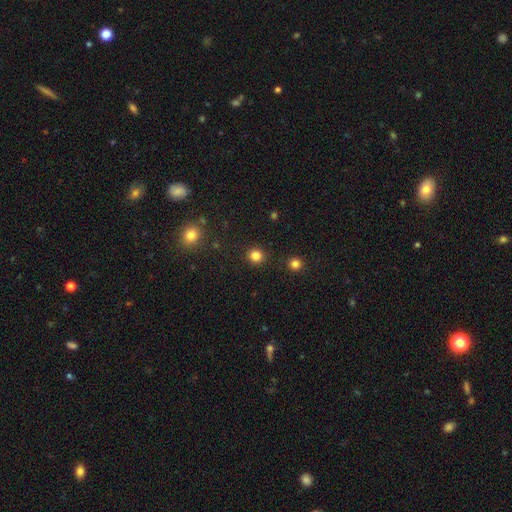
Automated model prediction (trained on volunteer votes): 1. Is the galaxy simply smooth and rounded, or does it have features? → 83% smooth, 13% star or artifact, 4% featured or disk.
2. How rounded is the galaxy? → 92% round, 7% in between, 1% cigar-shaped.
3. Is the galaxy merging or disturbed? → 92% none, 5% minor disturbance, 2% major disturbance, 2% merger.